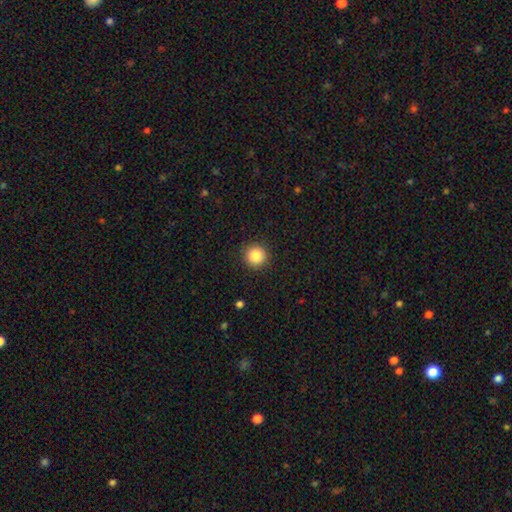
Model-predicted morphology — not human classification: This appears to be a smooth galaxy with no disk features (86%) that is round (94%). Merging: none (91%).